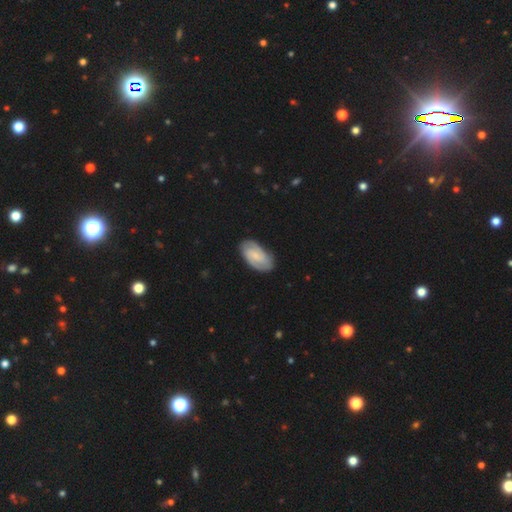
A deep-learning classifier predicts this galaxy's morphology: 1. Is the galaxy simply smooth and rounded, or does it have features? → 69% featured or disk, 25% smooth, 5% star or artifact.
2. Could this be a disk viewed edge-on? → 97% no, 3% yes.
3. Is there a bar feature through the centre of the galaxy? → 45% weak (tied), 45% no (tied), 10% strong.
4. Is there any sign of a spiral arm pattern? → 94% yes, 6% no.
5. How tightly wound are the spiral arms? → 51% tight, 38% medium, 11% loose.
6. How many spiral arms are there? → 65% 2, 17% can't tell, 11% 3, 3% 4, 3% 1, 2% more than 4.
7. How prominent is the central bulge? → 58% small, 20% moderate, 19% none, 2% large, 1% dominant.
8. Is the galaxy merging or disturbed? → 81% none, 15% minor disturbance, 3% major disturbance, 1% merger.